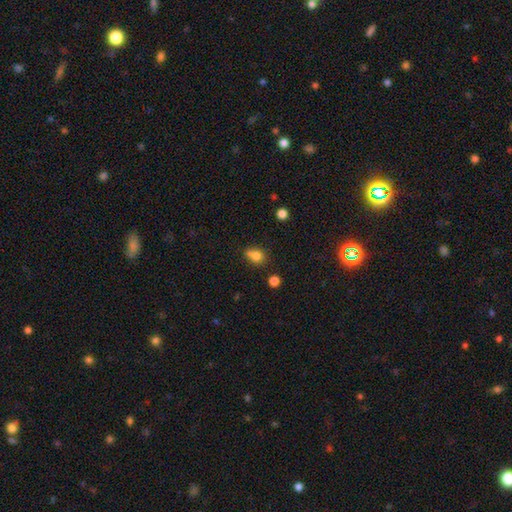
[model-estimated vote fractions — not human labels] A smooth galaxy with no disk features (79%) that is round (50%). Merging: none (46%).